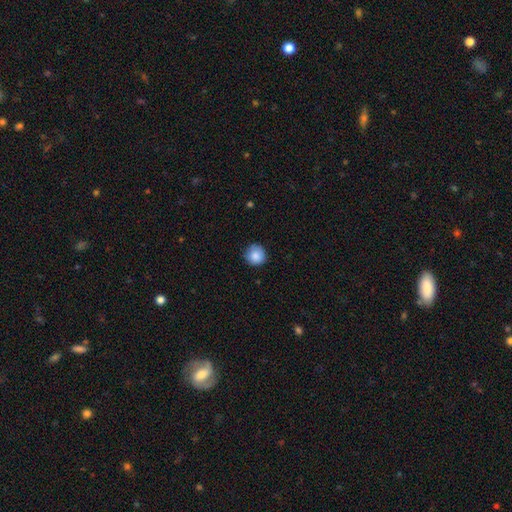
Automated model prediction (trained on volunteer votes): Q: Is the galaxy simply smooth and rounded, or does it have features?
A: smooth — 86%.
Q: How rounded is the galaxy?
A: round — 94%.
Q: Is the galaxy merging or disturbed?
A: none — 83%.